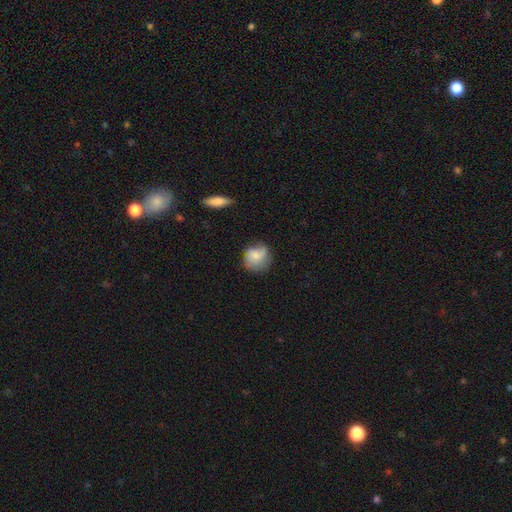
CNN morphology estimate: A smooth galaxy with no disk features (64%) that is round (72%). Merging: none (55%).